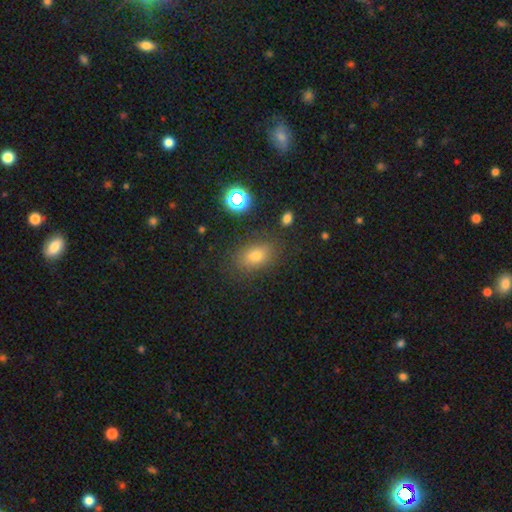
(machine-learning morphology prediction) A smooth galaxy with no disk features (73%) that is in between round and cigar-shaped (79%).

Vote fractions:
- Smooth or featured? smooth: 73% / star or artifact: 17% / featured or disk: 10%
- How rounded? in between: 79% / round: 19% / cigar-shaped: 3%
- Merging? none: 81% / minor disturbance: 12% / major disturbance: 4% / merger: 3%